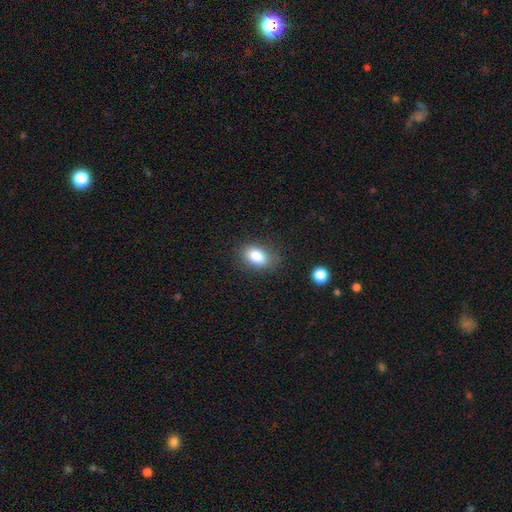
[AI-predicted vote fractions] smooth_or_featured: smooth (p=0.82) [alt: star or artifact p=0.09]
how_rounded: in between (p=0.86) [alt: round p=0.13]
merging: none (p=0.79) [alt: minor disturbance p=0.15]